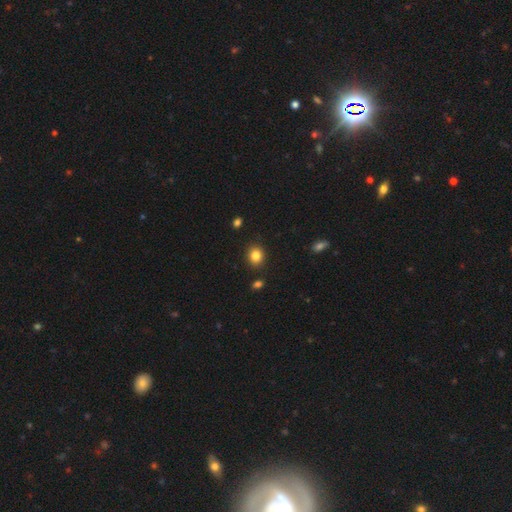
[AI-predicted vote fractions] Smooth or featured?
  - smooth: 84% *
  - star or artifact: 11%
  - featured or disk: 5%
How rounded?
  - round: 67% *
  - in between: 32%
  - cigar-shaped: 1%
Merging?
  - none: 89% *
  - minor disturbance: 7%
  - merger: 2%
  - major disturbance: 2%